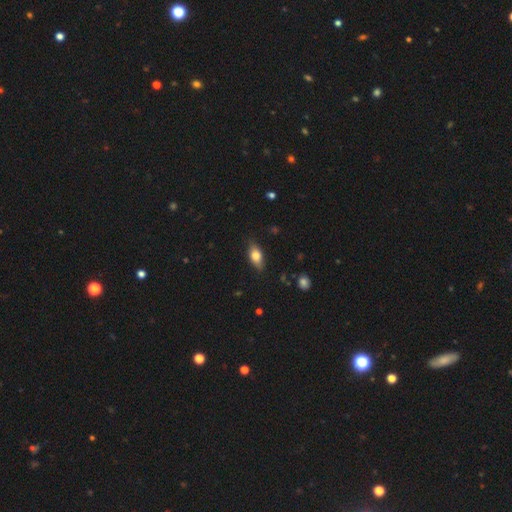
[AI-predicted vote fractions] Q: Smooth or featured?
A: smooth (71%); runner-up: featured or disk (22%)
Q: How rounded?
A: in between (83%); runner-up: cigar-shaped (12%)
Q: Merging?
A: none (83%); runner-up: minor disturbance (13%)